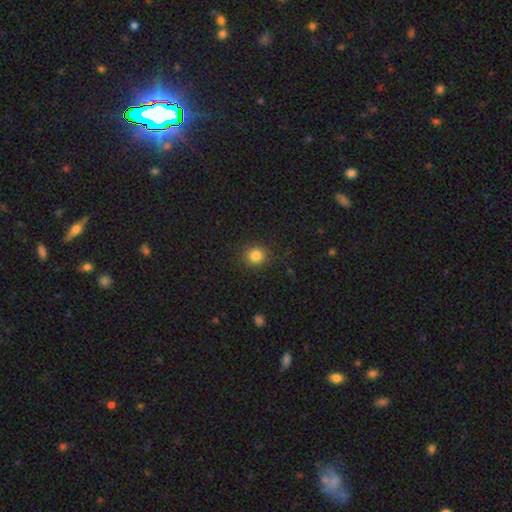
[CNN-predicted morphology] type=smooth (83%); roundness=round (89%); merging=none (89%).